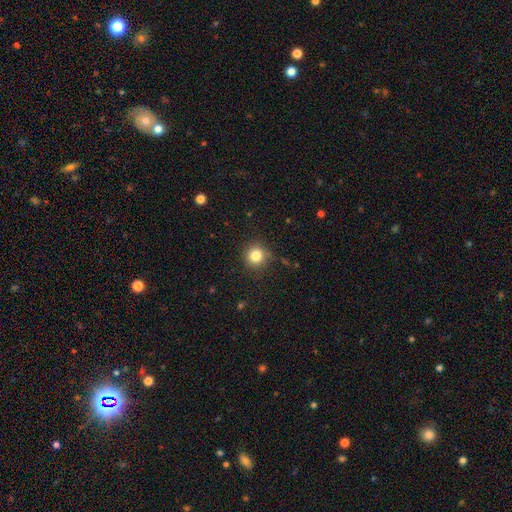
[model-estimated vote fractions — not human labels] Smooth or featured? Predicted: smooth (p=0.83). How rounded? Predicted: round (p=0.93). Merging? Predicted: none (p=0.87).